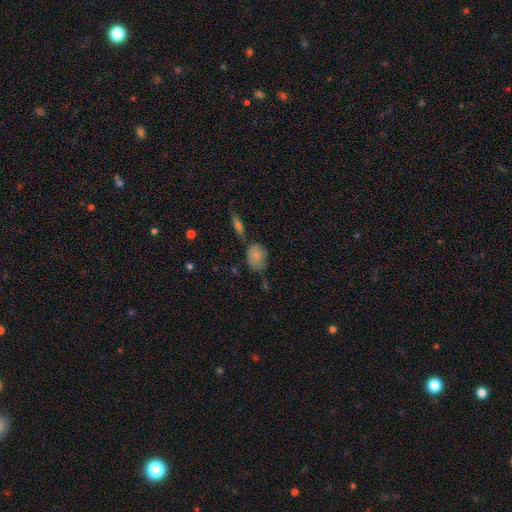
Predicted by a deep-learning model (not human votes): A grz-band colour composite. It shows a smooth galaxy with no disk features (79%) that is in between round and cigar-shaped (67%). Merging: none (53%).